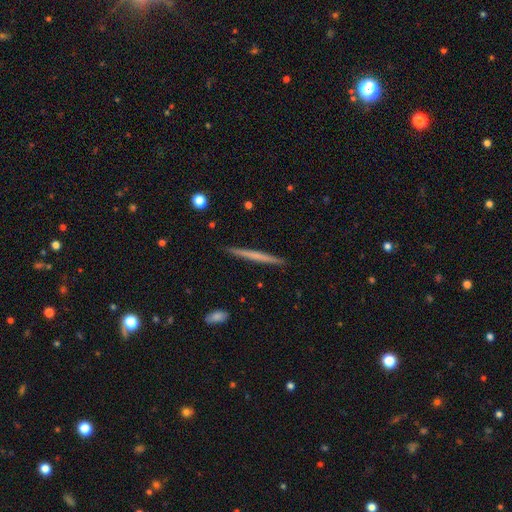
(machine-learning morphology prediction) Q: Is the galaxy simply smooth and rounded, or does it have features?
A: smooth — 50%.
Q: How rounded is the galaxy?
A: cigar-shaped — 97%.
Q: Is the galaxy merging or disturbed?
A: none — 92%.